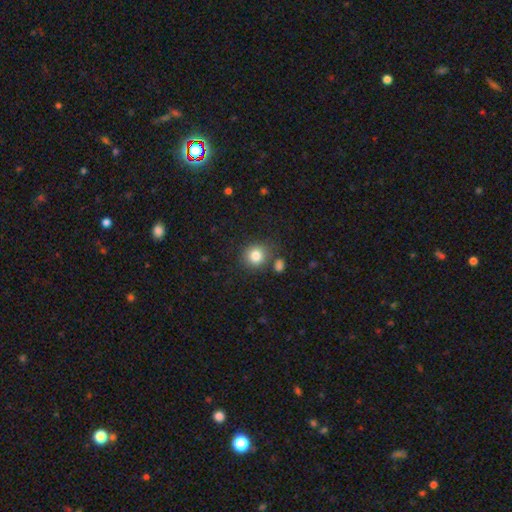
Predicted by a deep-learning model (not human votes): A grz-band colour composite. It shows a smooth galaxy with no disk features (82%) that is round (85%). Merging: none (78%).